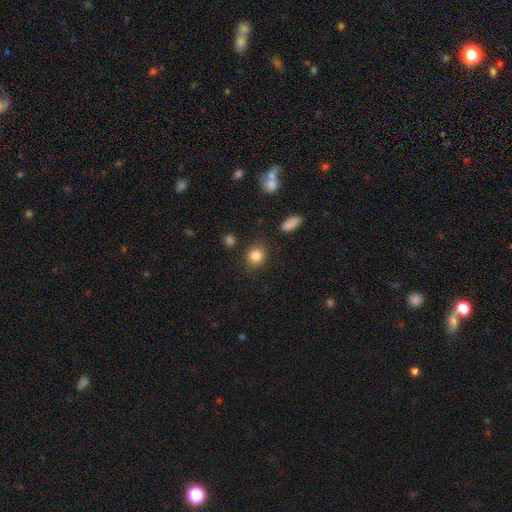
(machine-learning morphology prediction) smooth_or_featured: smooth (p=0.85) [alt: star or artifact p=0.10]
how_rounded: round (p=0.81) [alt: in between p=0.18]
merging: none (p=0.86) [alt: minor disturbance p=0.08]